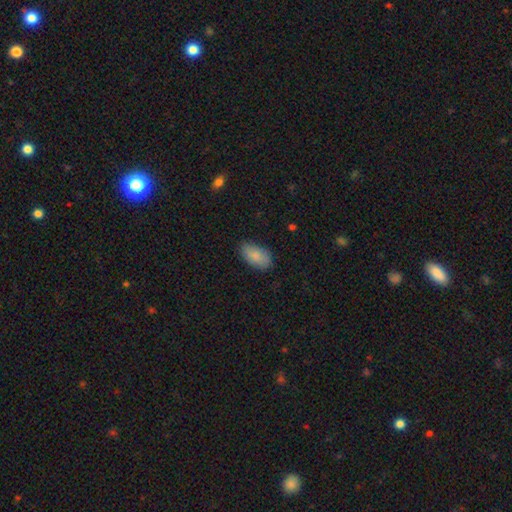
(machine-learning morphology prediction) Smooth or featured? Predicted: smooth (p=0.86). How rounded? Predicted: in between (p=0.94). Merging? Predicted: none (p=0.82).